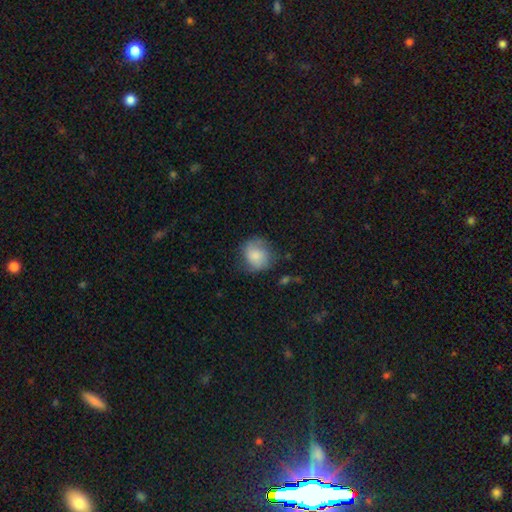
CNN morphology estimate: type=smooth (76%); roundness=round (77%); merging=none (61%).